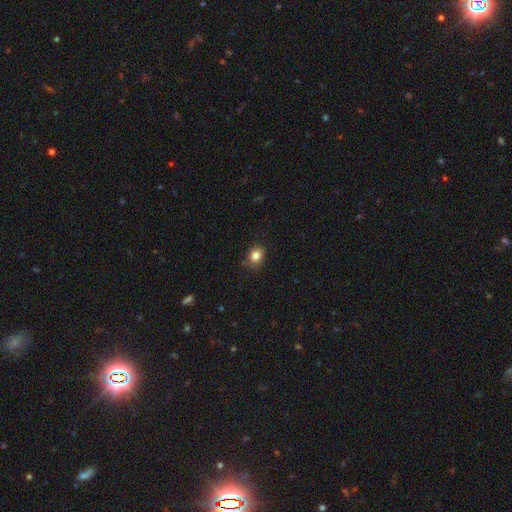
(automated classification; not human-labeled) smooth_or_featured: smooth (p=0.83) [alt: star or artifact p=0.11]
how_rounded: round (p=0.60) [alt: in between p=0.39]
merging: none (p=0.79) [alt: minor disturbance p=0.16]